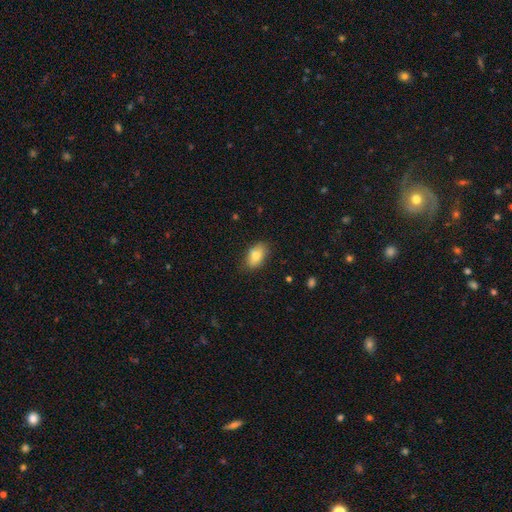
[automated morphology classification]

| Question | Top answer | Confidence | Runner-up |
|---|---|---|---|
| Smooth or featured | smooth | 80% | featured or disk (12%) |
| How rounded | in between | 90% | round (8%) |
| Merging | none | 81% | minor disturbance (15%) |